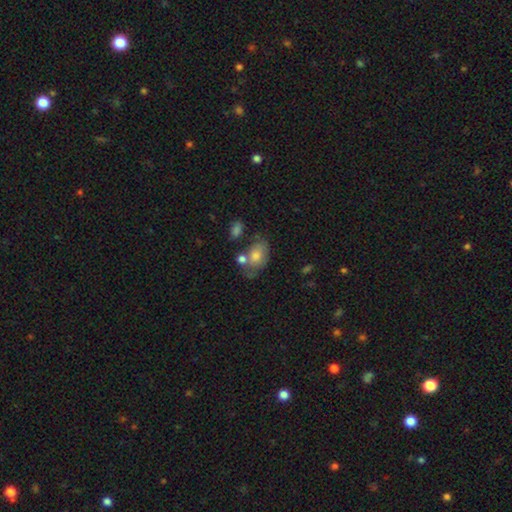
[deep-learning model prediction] smooth_or_featured: smooth (p=0.63) [alt: featured or disk p=0.29]
how_rounded: in between (p=0.79) [alt: round p=0.20]
merging: none (p=0.41) [alt: minor disturbance p=0.23]